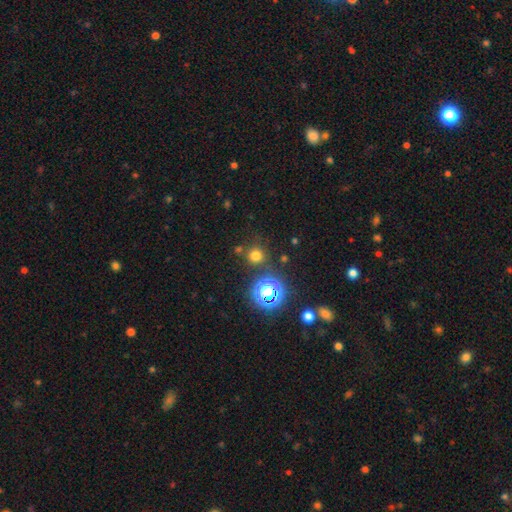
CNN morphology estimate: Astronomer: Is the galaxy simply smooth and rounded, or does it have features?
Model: smooth — 67%.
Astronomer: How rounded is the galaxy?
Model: round — 94%.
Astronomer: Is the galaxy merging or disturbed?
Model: none — 82%.